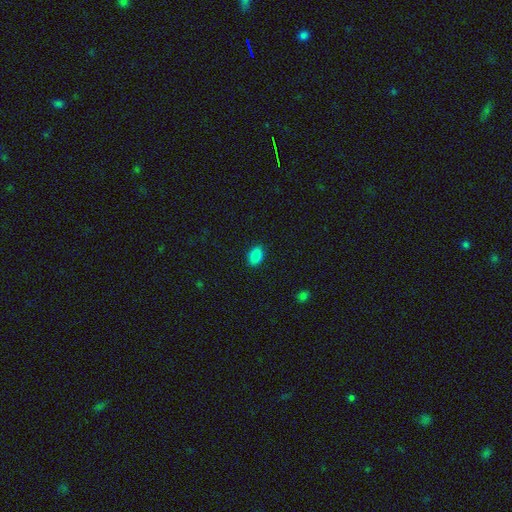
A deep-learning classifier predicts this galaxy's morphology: smooth_or_featured: smooth (p=0.87) [alt: star or artifact p=0.09]
how_rounded: in between (p=0.87) [alt: round p=0.12]
merging: none (p=0.89) [alt: minor disturbance p=0.08]